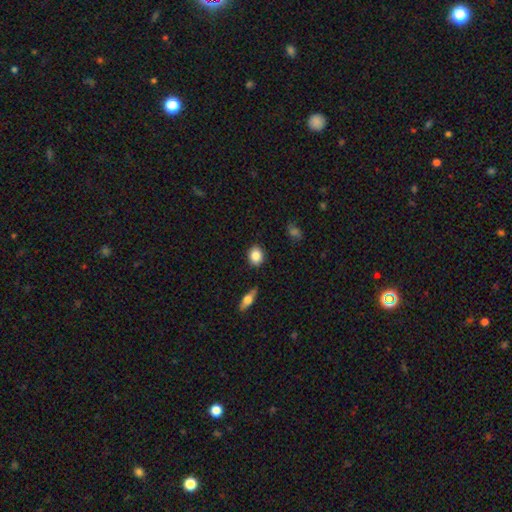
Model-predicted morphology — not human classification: Smooth or featured? smooth (85%)
How rounded? round (54%)
Merging? none (88%)